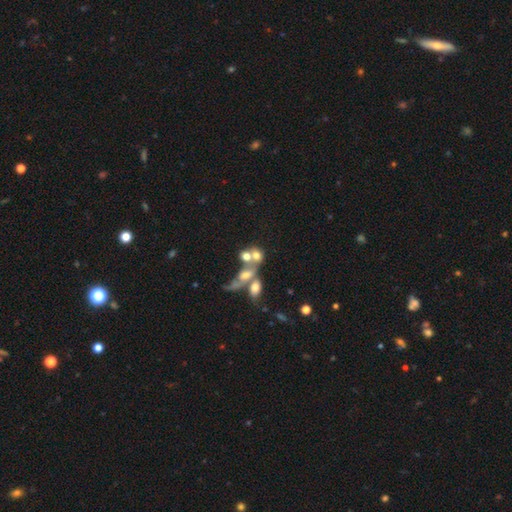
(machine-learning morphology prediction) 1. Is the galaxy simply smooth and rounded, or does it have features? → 56% smooth, 29% featured or disk, 15% star or artifact.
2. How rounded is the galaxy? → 48% round, 47% in between, 5% cigar-shaped.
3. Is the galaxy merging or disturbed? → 59% merger, 21% none, 12% major disturbance, 8% minor disturbance.